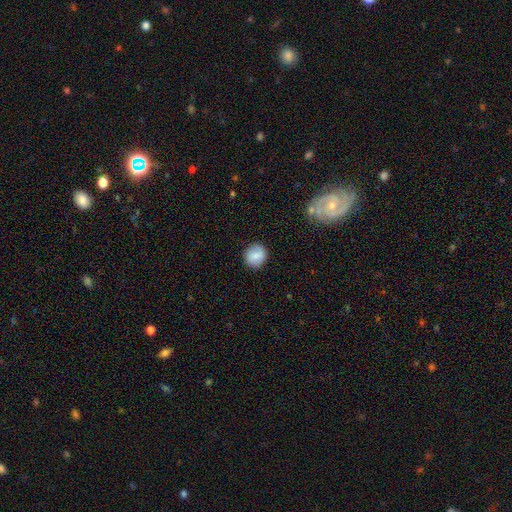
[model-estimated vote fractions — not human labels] This is clearly a smooth galaxy (81%). How rounded: clearly round (82%). Merging: clearly none (84%).